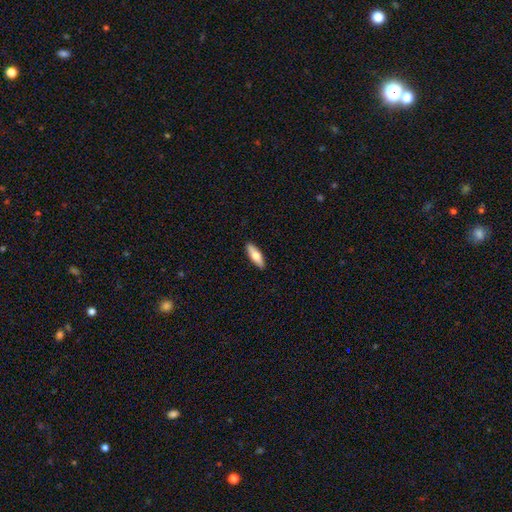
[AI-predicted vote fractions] The model was most divided on "how rounded": in between: 52%, cigar-shaped: 45%, round: 2%. More confident: merging — none (90%); smooth or featured — smooth (68%).